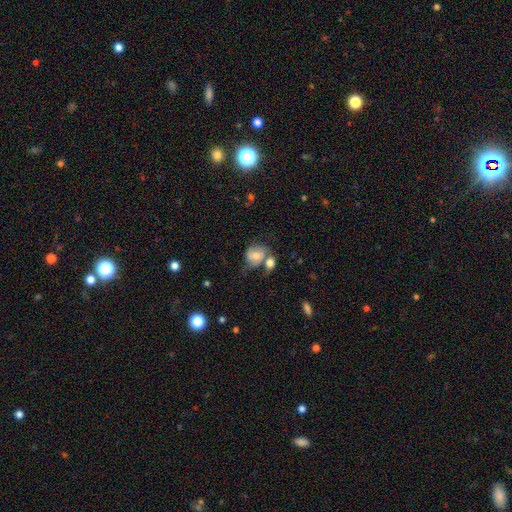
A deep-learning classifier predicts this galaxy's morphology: Overall: smooth (57%; featured or disk 34%). How rounded: round (60%; in between 39%). Merging: merger (38%; none 29%).